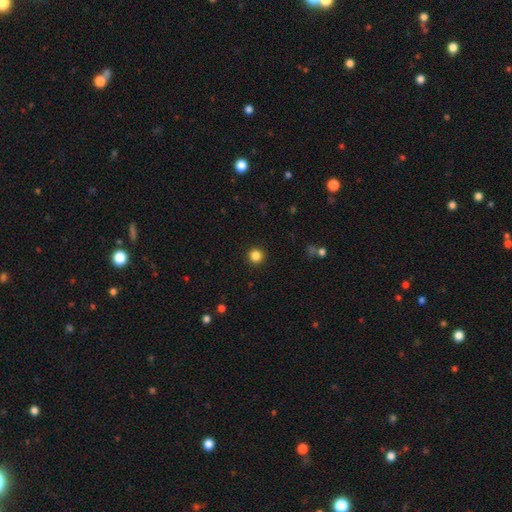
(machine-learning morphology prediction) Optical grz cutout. It shows a smooth galaxy with no disk features (85%) that is round (95%). Merging: none (93%).